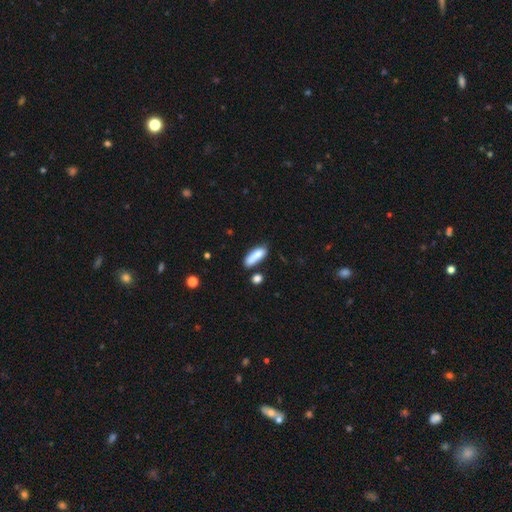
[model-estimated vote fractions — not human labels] A smooth galaxy with no disk features (81%) that is in between round and cigar-shaped (55%).

Vote fractions:
- Smooth or featured? smooth: 81% / featured or disk: 12% / star or artifact: 7%
- How rounded? in between: 55% / cigar-shaped: 43% / round: 2%
- Merging? none: 56% / minor disturbance: 21% / merger: 16% / major disturbance: 7%